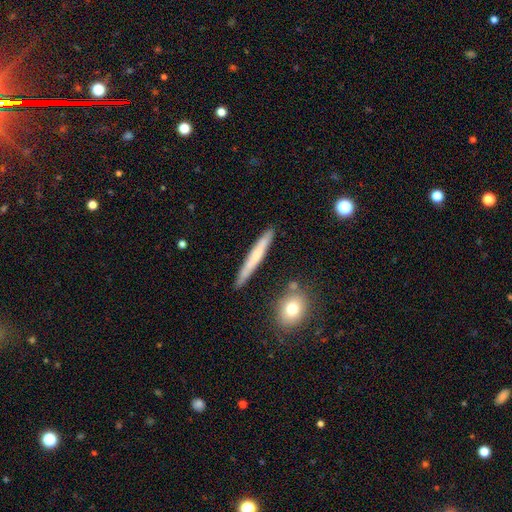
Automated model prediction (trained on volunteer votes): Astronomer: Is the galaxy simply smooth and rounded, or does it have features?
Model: smooth — 51% (runner-up: featured or disk, 42%).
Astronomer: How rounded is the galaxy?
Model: cigar-shaped — 95%.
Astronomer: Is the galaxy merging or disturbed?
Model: none — 86%.